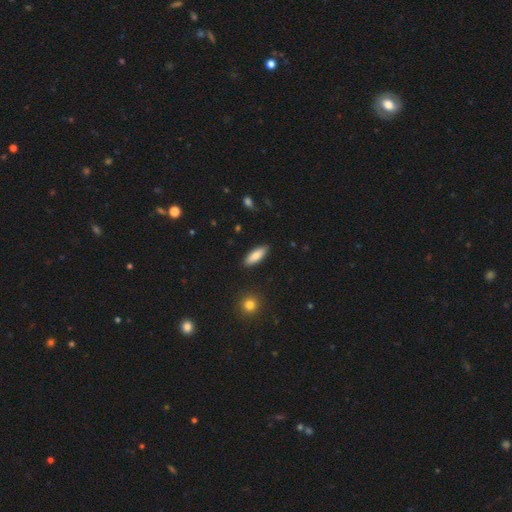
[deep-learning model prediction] Smooth or featured? Predicted: smooth (p=0.82). How rounded? Predicted: in between (p=0.63). Merging? Predicted: none (p=0.88).